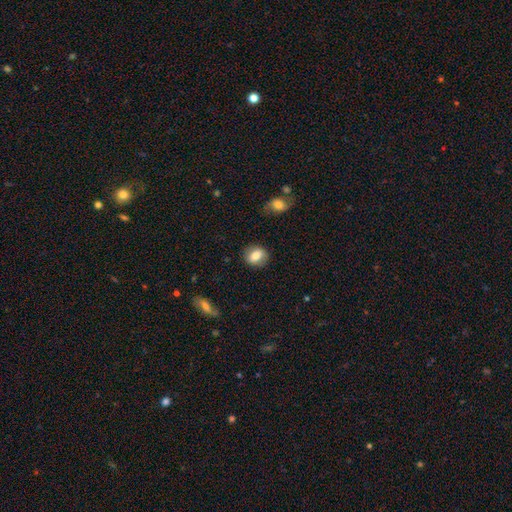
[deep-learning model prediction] smooth-or-featured: smooth: 79% | featured or disk: 13% | star or artifact: 8%
  how-rounded: round: 53% | in between: 46% | cigar-shaped: 1%
  merging: none: 85% | minor disturbance: 11% | major disturbance: 3% | merger: 2%